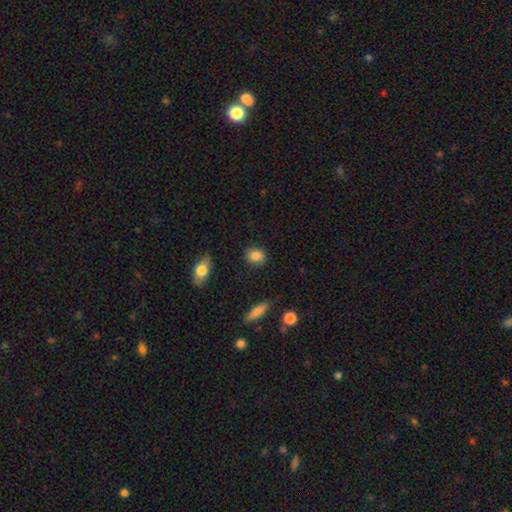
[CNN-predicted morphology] type=smooth (86%); roundness=round (50%); merging=none (84%).